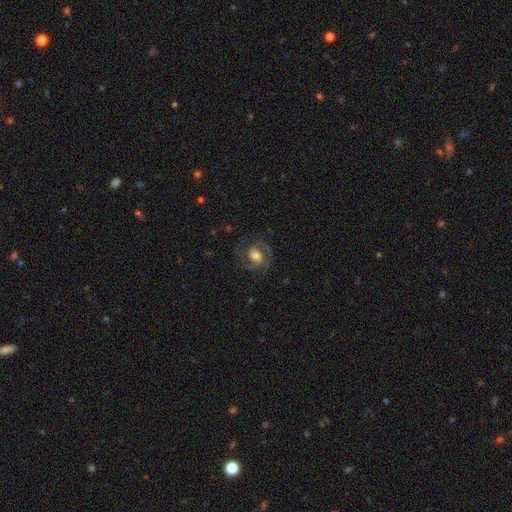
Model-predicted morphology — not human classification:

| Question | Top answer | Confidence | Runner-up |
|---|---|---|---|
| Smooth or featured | featured or disk | 82% | smooth (11%) |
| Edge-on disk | no | 98% | yes (2%) |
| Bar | weak | 43% | no (39%) |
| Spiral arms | yes | 96% | no (4%) |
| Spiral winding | medium | 54% | tight (34%) |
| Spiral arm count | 2 | 88% | can't tell (4%) |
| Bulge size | moderate | 50% | large (26%) |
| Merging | none | 76% | minor disturbance (14%) |